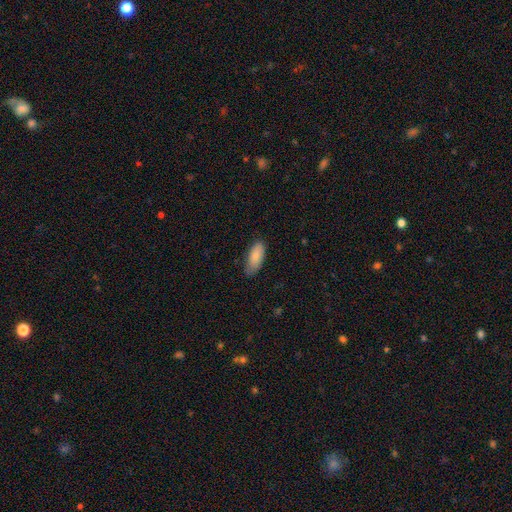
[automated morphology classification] This is clearly a smooth galaxy (84%). How rounded: clearly in between (82%). Merging: likely none (73%).